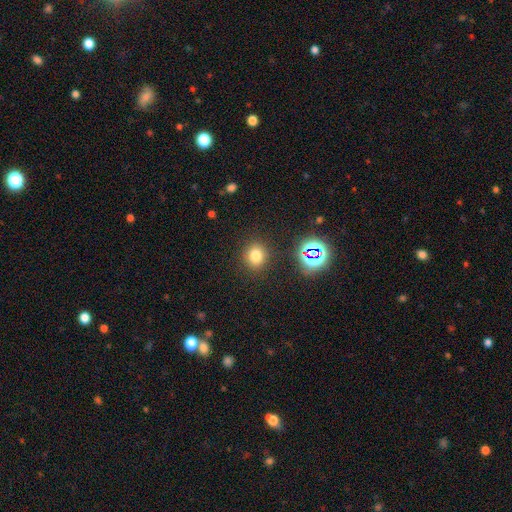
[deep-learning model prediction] Smooth or featured? smooth (74%)
How rounded? round (78%)
Merging? none (87%)